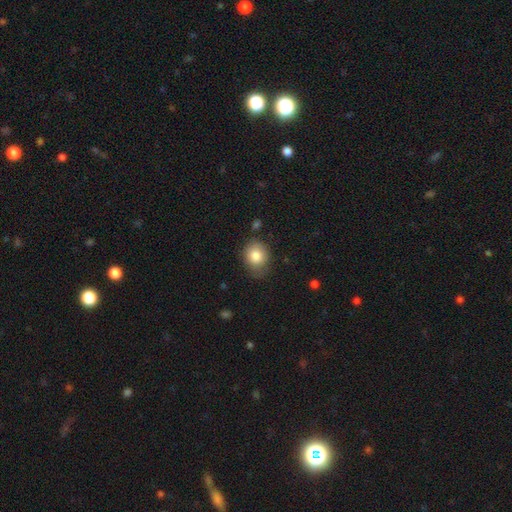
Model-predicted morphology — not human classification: Overall: smooth (83%). How rounded: round (57%; in between 42%). Merging: none (69%).